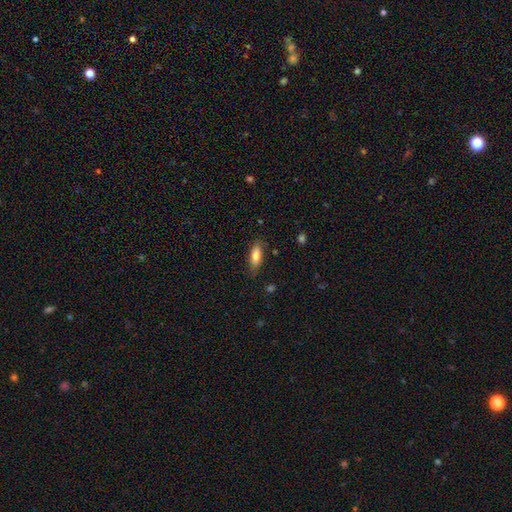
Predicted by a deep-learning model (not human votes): A smooth galaxy with no disk features (80%) that is in between round and cigar-shaped (67%). Merging: none (76%).